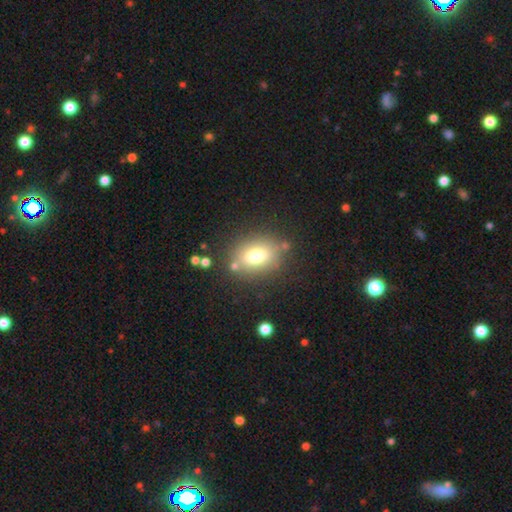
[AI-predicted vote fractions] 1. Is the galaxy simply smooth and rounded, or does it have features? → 73% smooth, 15% featured or disk, 12% star or artifact.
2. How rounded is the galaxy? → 66% in between, 31% round, 2% cigar-shaped.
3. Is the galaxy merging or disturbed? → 77% none, 12% minor disturbance, 6% merger, 5% major disturbance.